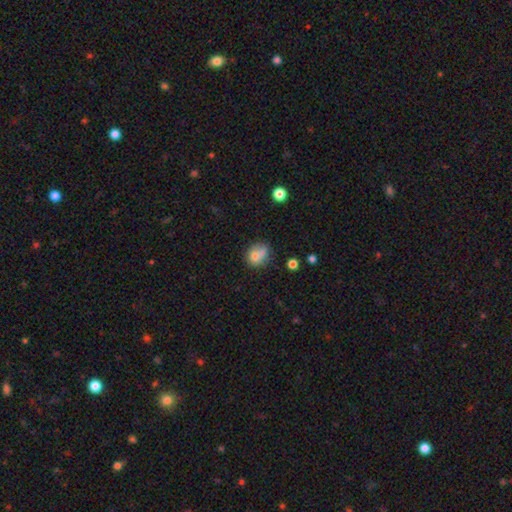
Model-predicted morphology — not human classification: type=smooth (71%); roundness=round (58%); merging=merger (37%).